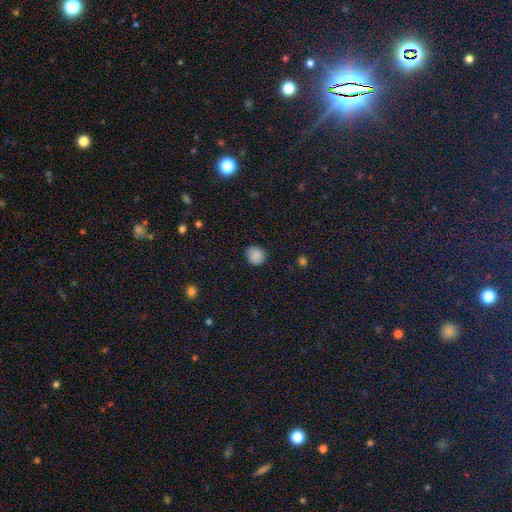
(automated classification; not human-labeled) Overall: smooth (87%). How rounded: round (87%). Merging: none (86%).